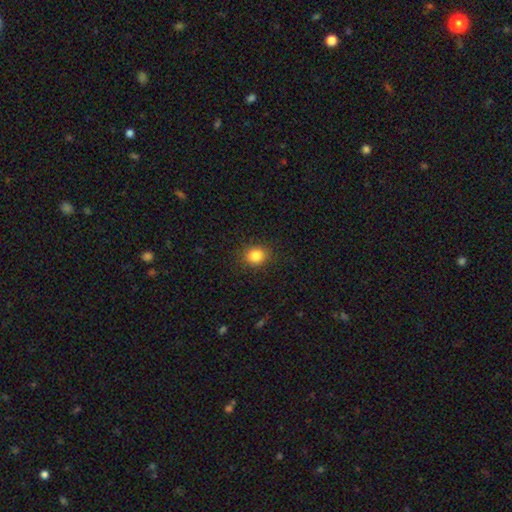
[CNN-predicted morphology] Smooth or featured: smooth — 84% (star or artifact — 11%)
How rounded: round — 67% (in between — 32%)
Merging: none — 89% (minor disturbance — 8%)